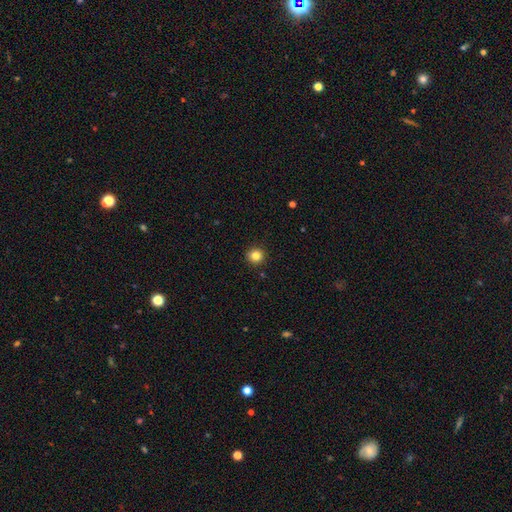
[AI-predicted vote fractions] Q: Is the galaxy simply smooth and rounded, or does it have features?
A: smooth — 83%.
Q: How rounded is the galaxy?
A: round — 93%.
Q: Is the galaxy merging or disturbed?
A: none — 92%.